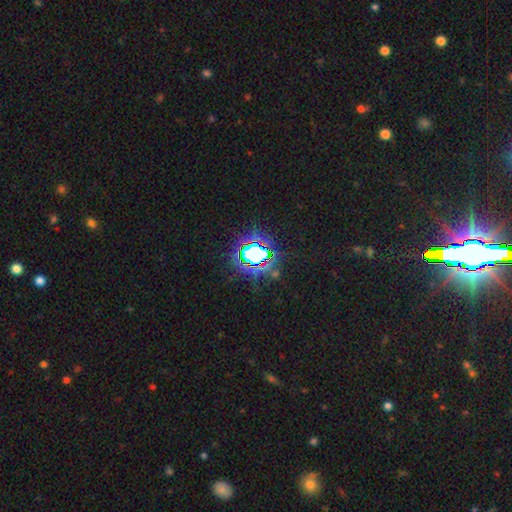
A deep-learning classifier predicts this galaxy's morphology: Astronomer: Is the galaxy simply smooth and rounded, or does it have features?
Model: star or artifact — 72%.